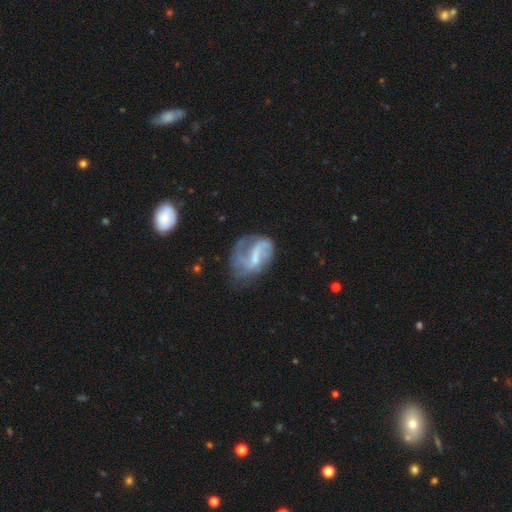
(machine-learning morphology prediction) smooth_or_featured: featured or disk (p=0.73) [alt: smooth p=0.20]
disk_edge_on: no (p=0.97) [alt: yes p=0.03]
bar: weak (p=0.48) [alt: strong p=0.29]
has_spiral_arms: yes (p=0.80) [alt: no p=0.20]
spiral_winding: loose (p=0.47) [alt: medium p=0.37]
spiral_arm_count: 2 (p=0.58) [alt: 1 p=0.18]
bulge_size: none (p=0.40) [alt: small p=0.35]
merging: none (p=0.42) [alt: major disturbance p=0.28]